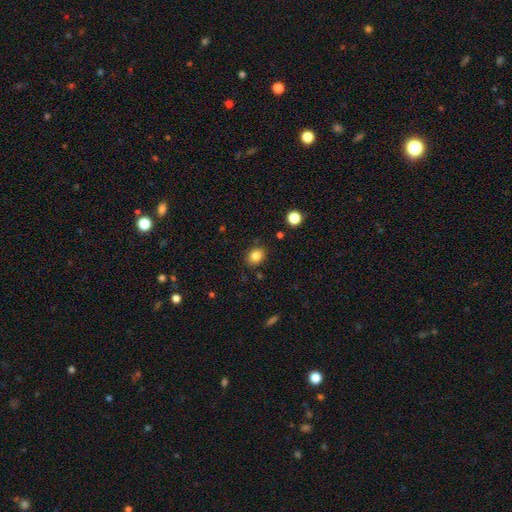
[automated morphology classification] Smooth or featured: smooth — 83% (star or artifact — 11%)
How rounded: round — 58% (in between — 41%)
Merging: none — 87% (minor disturbance — 9%)